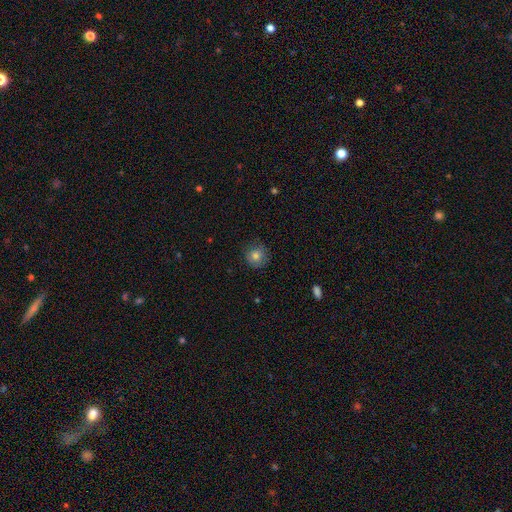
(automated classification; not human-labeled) Smooth or featured: smooth — 79% (featured or disk — 11%)
How rounded: round — 92% (in between — 7%)
Merging: none — 82% (minor disturbance — 14%)